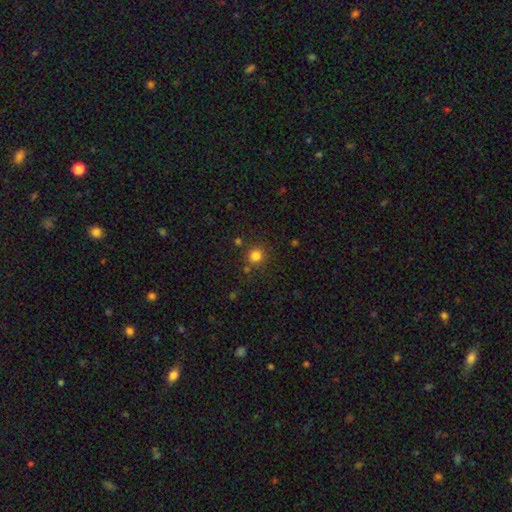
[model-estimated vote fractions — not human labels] Morphology: type=smooth (81%); roundness=round (86%); merging=none (80%).